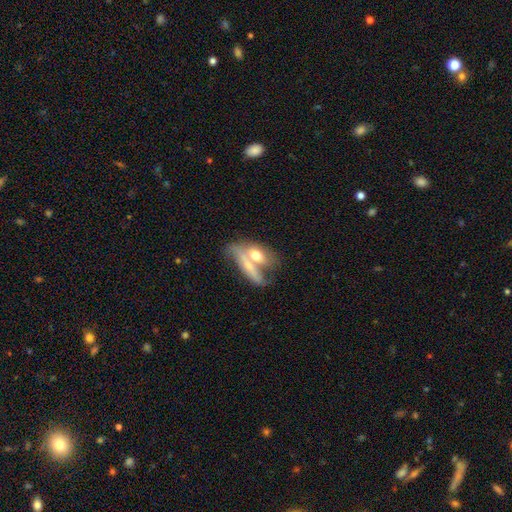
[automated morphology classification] Overall: smooth (55%; featured or disk 39%). How rounded: in between (69%). Merging: merger (63%).